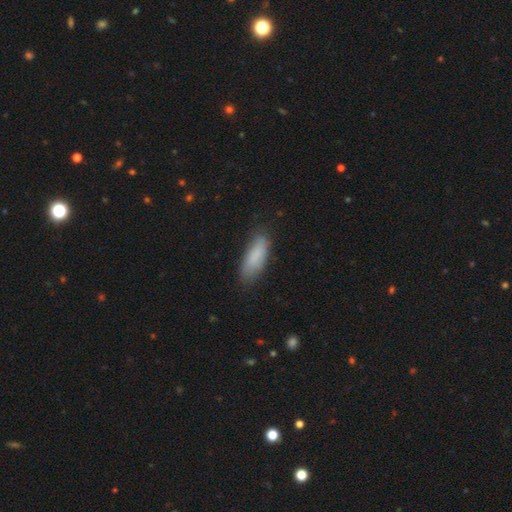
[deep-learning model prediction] The model was most divided on "how rounded": in between: 65%, cigar-shaped: 33%, round: 2%. More confident: smooth or featured — smooth (84%); merging — none (74%).